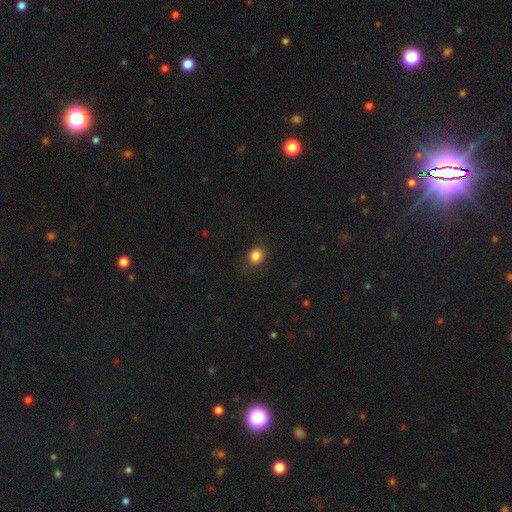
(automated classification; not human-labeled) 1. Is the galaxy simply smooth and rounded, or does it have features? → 85% smooth, 11% star or artifact, 4% featured or disk.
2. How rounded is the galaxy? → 73% round, 26% in between, 1% cigar-shaped.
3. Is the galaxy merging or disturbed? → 83% none, 12% minor disturbance, 4% major disturbance, 1% merger.